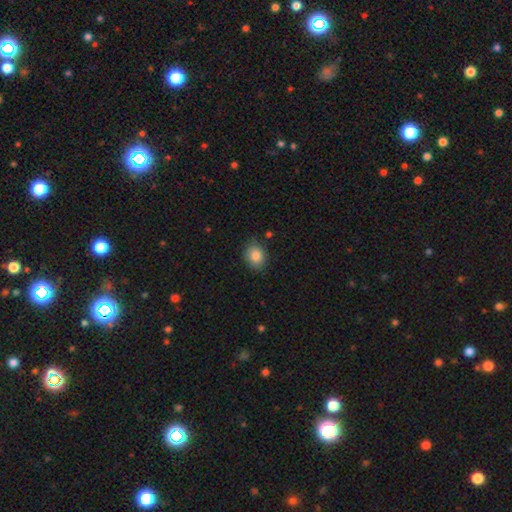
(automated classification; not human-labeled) Morphology: type=smooth (85%); roundness=round (53%); merging=none (81%).